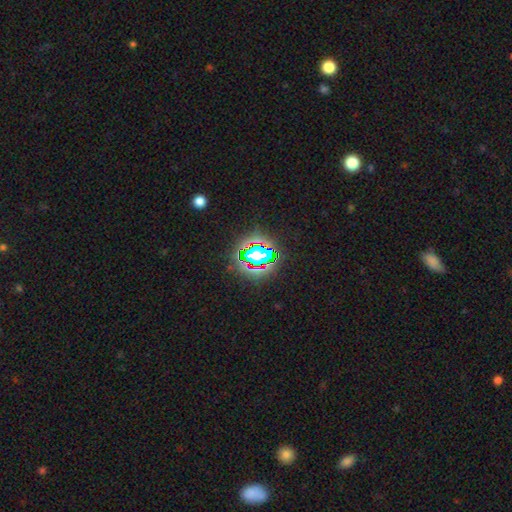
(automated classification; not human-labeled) Smooth or featured? Predicted: star or artifact (p=0.63).